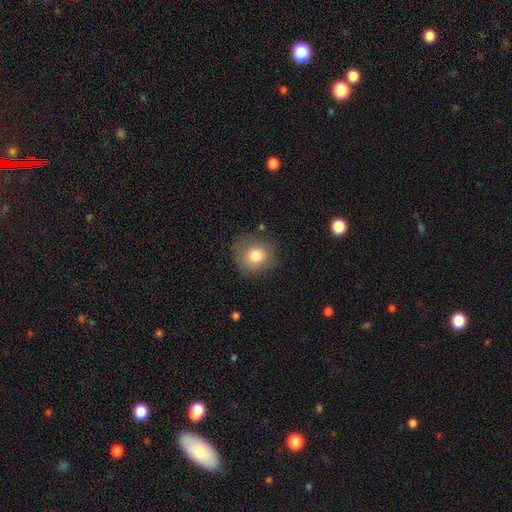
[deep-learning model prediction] The model was most divided on "merging": none: 74%, minor disturbance: 17%, major disturbance: 6%, merger: 2%. More confident: how rounded — round (88%); smooth or featured — smooth (79%).